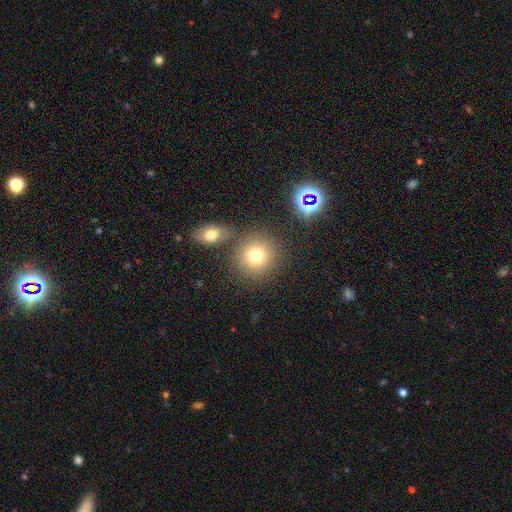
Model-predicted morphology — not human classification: Smooth or featured: smooth — 77% (star or artifact — 13%)
How rounded: round — 87% (in between — 12%)
Merging: none — 77% (merger — 11%)